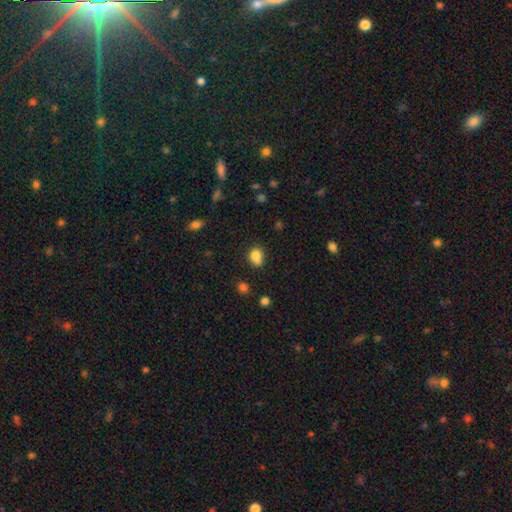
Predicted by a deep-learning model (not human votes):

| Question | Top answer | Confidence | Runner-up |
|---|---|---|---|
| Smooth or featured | smooth | 80% | star or artifact (12%) |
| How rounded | round | 58% | in between (41%) |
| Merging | none | 50% | minor disturbance (23%) |